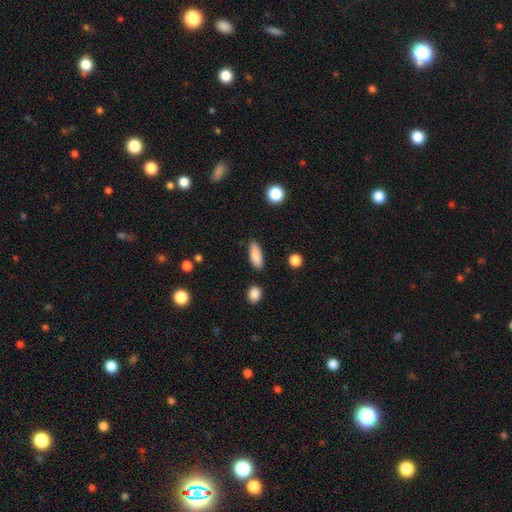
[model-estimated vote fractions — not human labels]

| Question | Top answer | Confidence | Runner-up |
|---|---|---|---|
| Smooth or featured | smooth | 86% | star or artifact (7%) |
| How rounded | in between | 63% | cigar-shaped (34%) |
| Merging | none | 82% | minor disturbance (13%) |